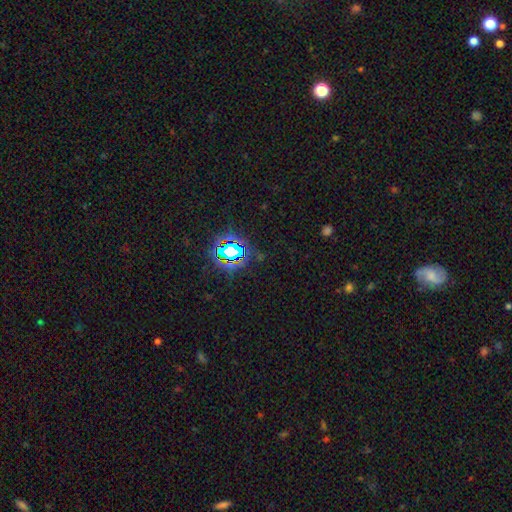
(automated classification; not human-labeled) Morphology: type=star or artifact (77%).